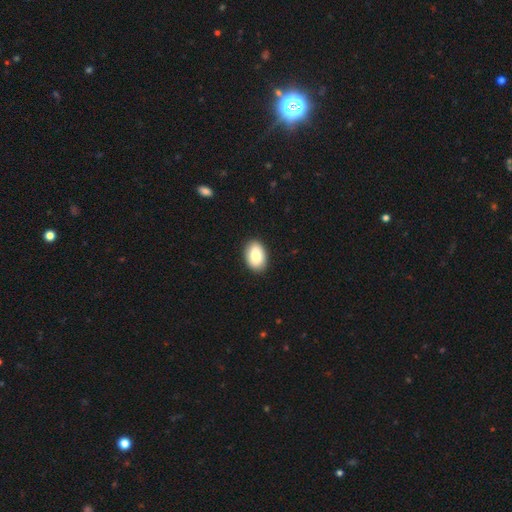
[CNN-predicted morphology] type=smooth (79%); roundness=in between (88%); merging=none (89%).